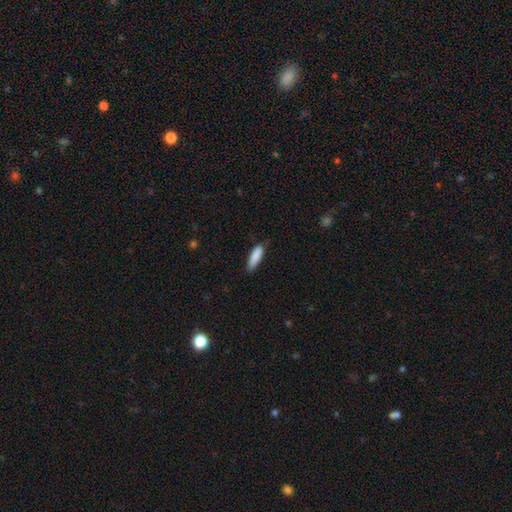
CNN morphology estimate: This is clearly a smooth galaxy (87%). How rounded: likely cigar-shaped (61%). Merging: likely none (73%).